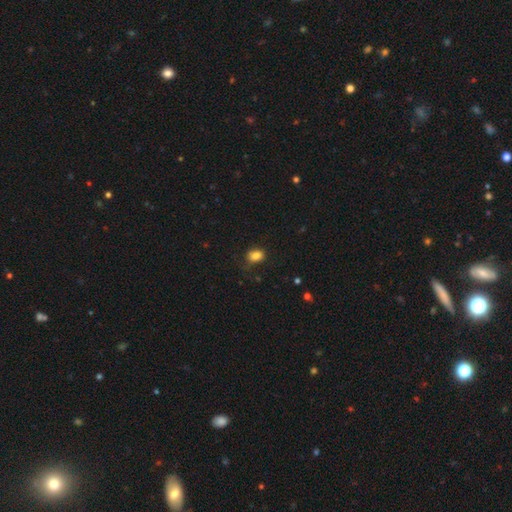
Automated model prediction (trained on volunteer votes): Overall: smooth (85%). How rounded: in between (69%; round 30%). Merging: none (69%).